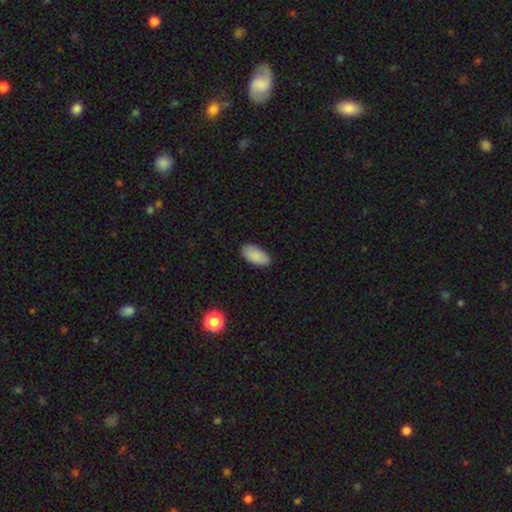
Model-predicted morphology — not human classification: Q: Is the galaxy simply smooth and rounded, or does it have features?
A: smooth — 89%.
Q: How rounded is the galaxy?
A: in between — 94%.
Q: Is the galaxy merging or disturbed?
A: none — 86%.